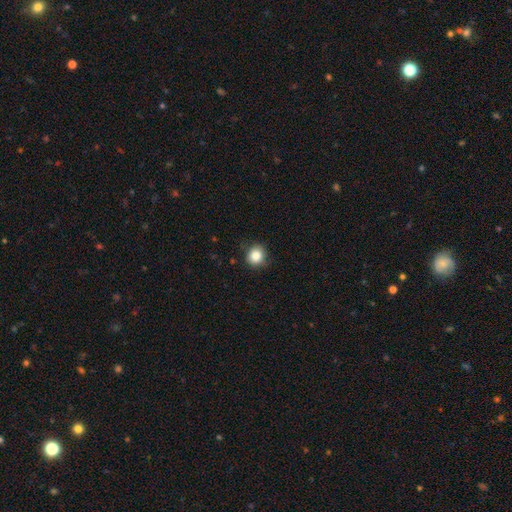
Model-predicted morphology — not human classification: Smooth or featured: smooth — 85% (star or artifact — 10%)
How rounded: round — 88% (in between — 11%)
Merging: none — 84% (minor disturbance — 12%)